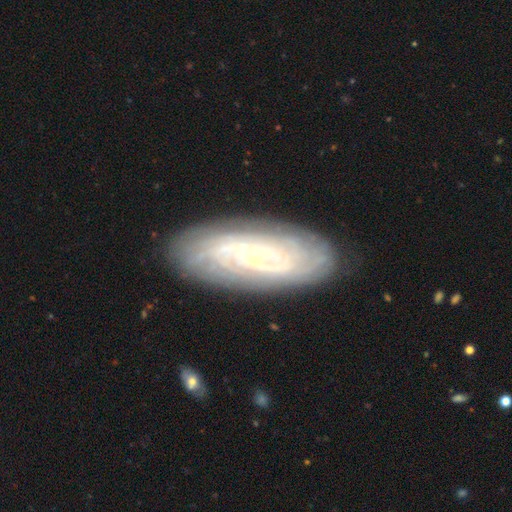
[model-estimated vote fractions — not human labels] Q: Smooth or featured?
A: featured or disk (77%); runner-up: smooth (16%)
Q: Edge-on disk?
A: no (89%); runner-up: yes (11%)
Q: Bar?
A: no (58%); runner-up: weak (31%)
Q: Spiral arms?
A: yes (91%); runner-up: no (9%)
Q: Spiral winding?
A: tight (72%); runner-up: medium (22%)
Q: Spiral arm count?
A: can't tell (50%); runner-up: 2 (18%)
Q: Bulge size?
A: small (81%); runner-up: moderate (13%)
Q: Merging?
A: none (82%); runner-up: minor disturbance (13%)